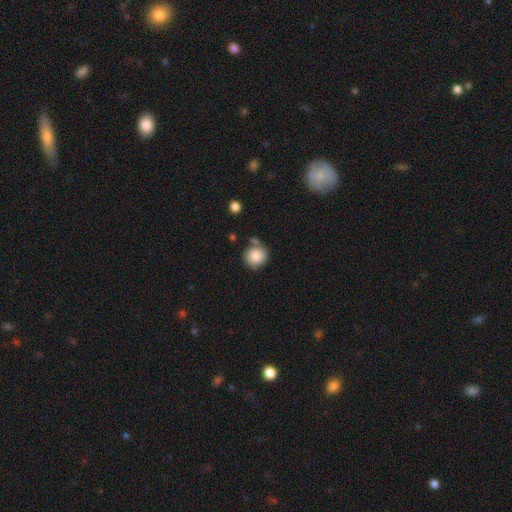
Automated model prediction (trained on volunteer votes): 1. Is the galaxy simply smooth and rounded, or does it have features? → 85% smooth, 8% star or artifact, 7% featured or disk.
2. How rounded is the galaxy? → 89% round, 10% in between, 1% cigar-shaped.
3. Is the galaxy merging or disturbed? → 67% none, 16% minor disturbance, 13% merger, 4% major disturbance.